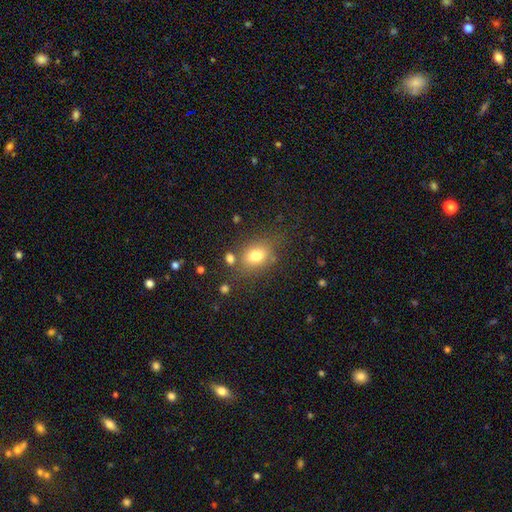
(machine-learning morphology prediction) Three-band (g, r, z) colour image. It shows a smooth galaxy with no disk features (78%) that is in between round and cigar-shaped (67%). Merging: none (70%).